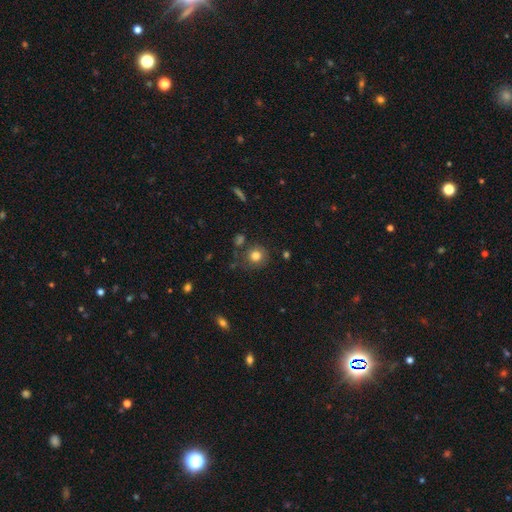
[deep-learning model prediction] Smooth or featured: smooth — 80% (star or artifact — 11%)
How rounded: round — 88% (in between — 11%)
Merging: none — 75% (minor disturbance — 14%)